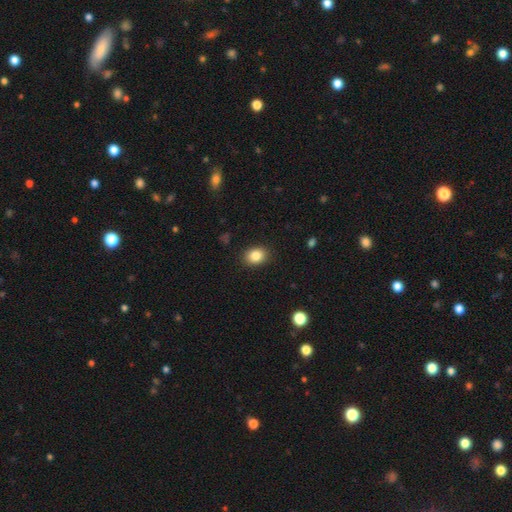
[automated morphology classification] smooth 85%, star or artifact 9%, featured or disk 6%. Down the decision tree: how rounded — in between (59%); merging — none (89%).